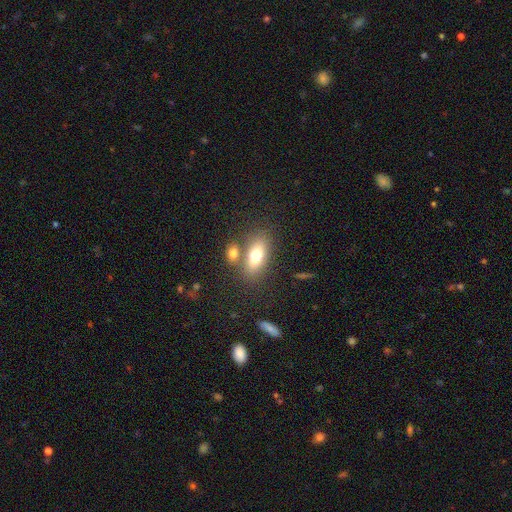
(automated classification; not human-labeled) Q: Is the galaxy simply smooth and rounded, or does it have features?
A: smooth — 73%.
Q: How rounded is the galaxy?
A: in between — 80%.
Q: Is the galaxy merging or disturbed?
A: none — 61%.